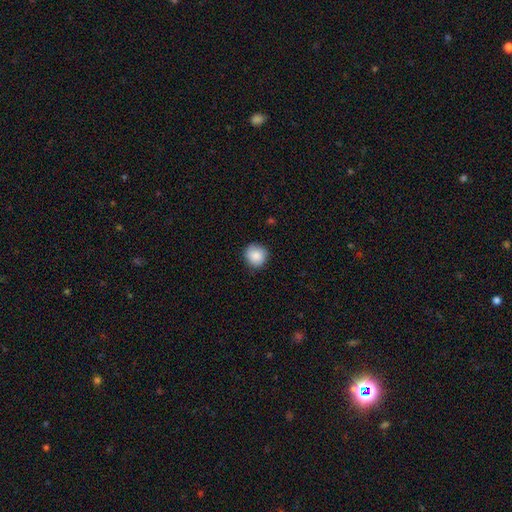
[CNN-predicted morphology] Overall: smooth (87%). How rounded: round (90%). Merging: none (85%).